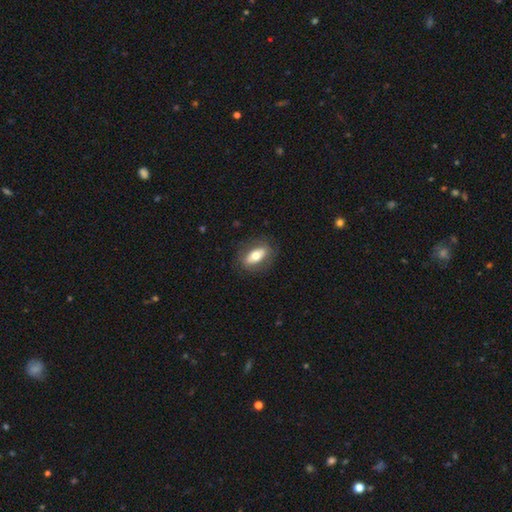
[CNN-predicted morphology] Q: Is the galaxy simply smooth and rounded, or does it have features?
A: smooth — 62%.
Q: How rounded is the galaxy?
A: in between — 82%.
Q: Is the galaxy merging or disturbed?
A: none — 82%.